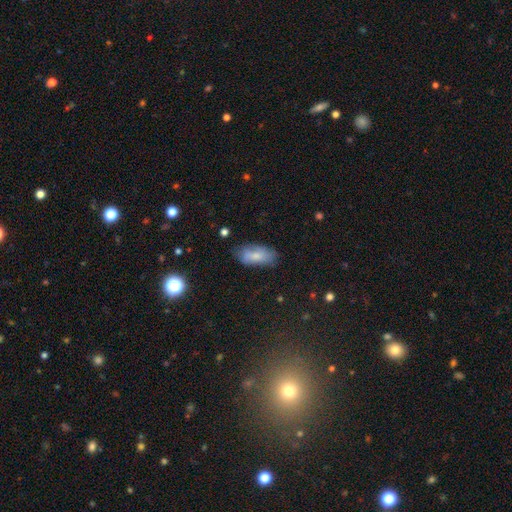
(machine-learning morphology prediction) The model was most divided on "merging": none: 63%, minor disturbance: 27%, major disturbance: 8%, merger: 3%. More confident: how rounded — in between (88%); smooth or featured — smooth (69%).